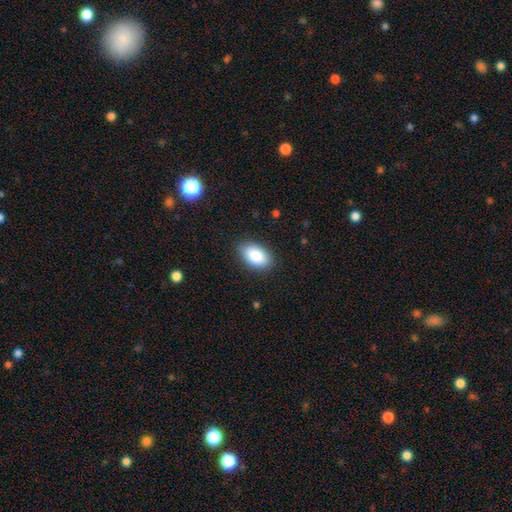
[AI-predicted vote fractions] Overall: smooth (88%). How rounded: in between (94%). Merging: none (87%).